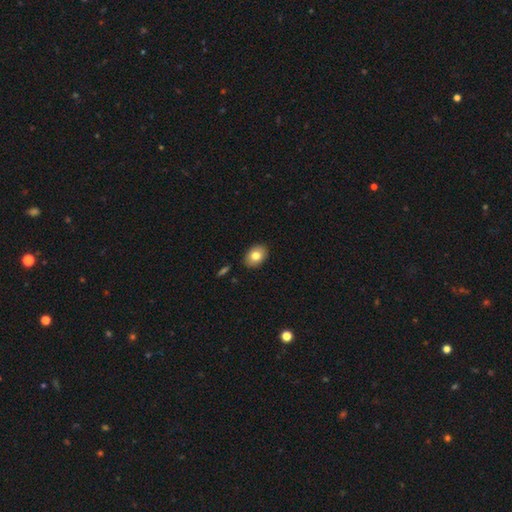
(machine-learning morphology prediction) smooth_or_featured: smooth (p=0.79) [alt: featured or disk p=0.13]
how_rounded: in between (p=0.79) [alt: round p=0.20]
merging: none (p=0.89) [alt: minor disturbance p=0.08]